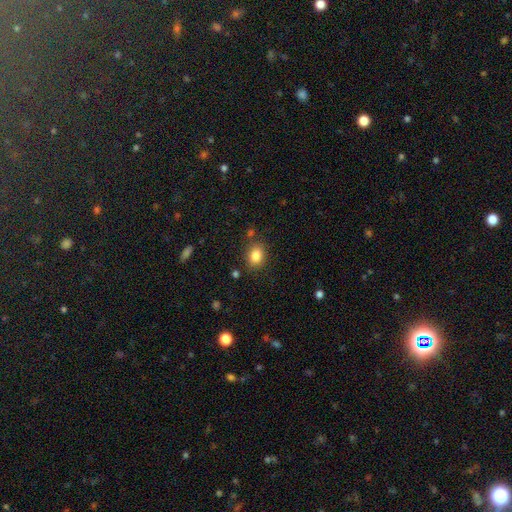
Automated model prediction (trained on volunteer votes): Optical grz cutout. It shows a smooth galaxy with no disk features (84%) that is in between round and cigar-shaped (60%). Merging: none (81%).